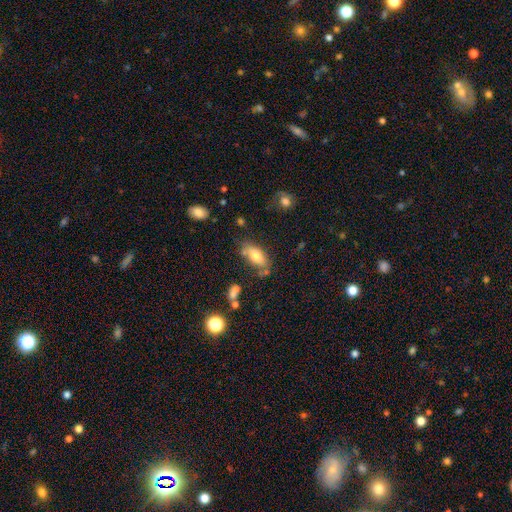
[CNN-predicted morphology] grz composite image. It shows a smooth galaxy with no disk features (73%) that is in between round and cigar-shaped (87%). Merging: none (60%).